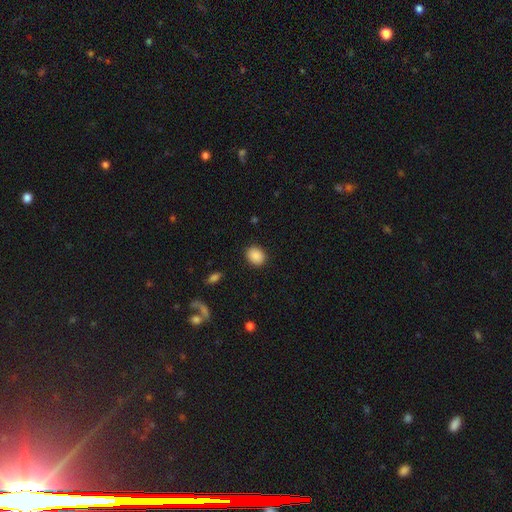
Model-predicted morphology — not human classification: The model was most divided on "how rounded": round: 54%, in between: 45%, cigar-shaped: 1%. More confident: merging — none (89%); smooth or featured — smooth (89%).